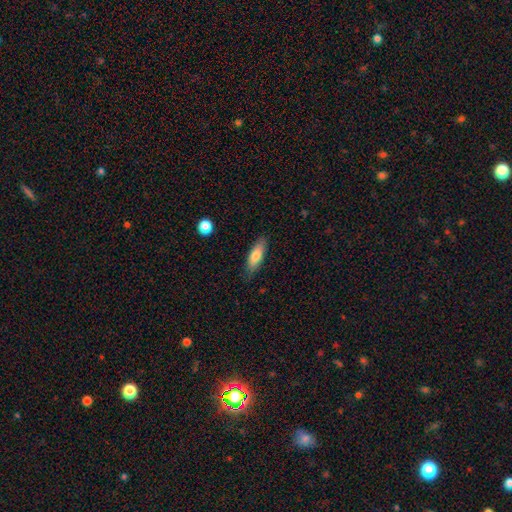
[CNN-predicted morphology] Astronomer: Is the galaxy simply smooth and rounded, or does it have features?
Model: smooth — 76%.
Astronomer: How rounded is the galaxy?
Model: in between — 54% (runner-up: cigar-shaped, 44%).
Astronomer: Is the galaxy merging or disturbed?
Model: none — 83%.